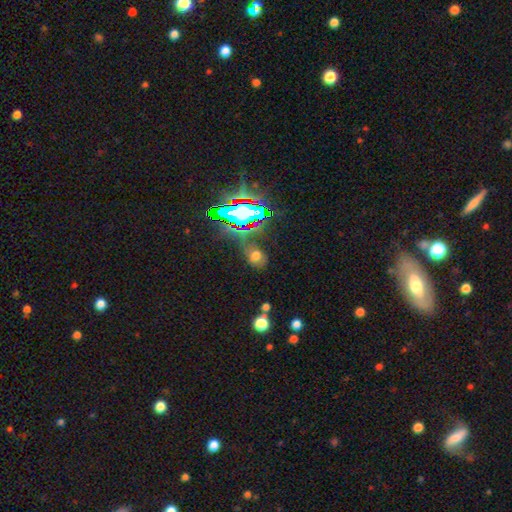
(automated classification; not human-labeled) This is possibly a smooth galaxy (50%). Merging: possibly none (51%).